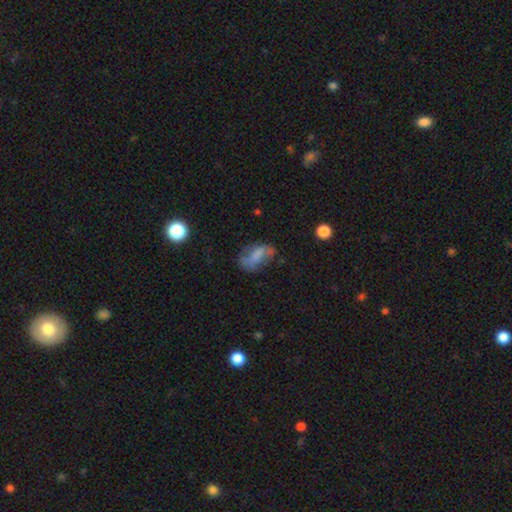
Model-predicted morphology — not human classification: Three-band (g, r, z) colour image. It shows a smooth galaxy with no disk features (50%) that is in between round and cigar-shaped (88%). Merging: none (47%).